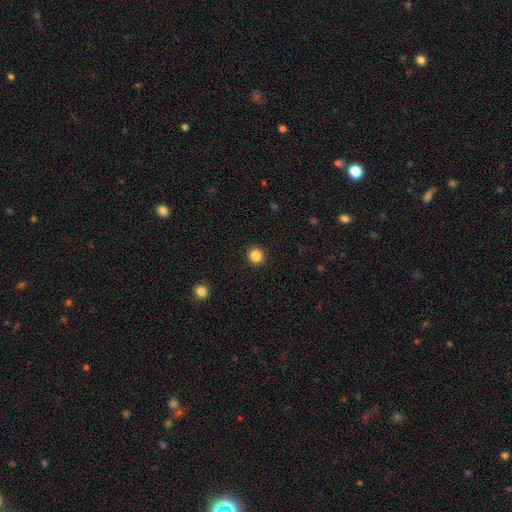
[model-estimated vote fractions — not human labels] smooth-or-featured: smooth: 85% | star or artifact: 11% | featured or disk: 4%
  how-rounded: round: 93% | in between: 6% | cigar-shaped: 1%
  merging: none: 92% | minor disturbance: 5% | major disturbance: 2% | merger: 1%